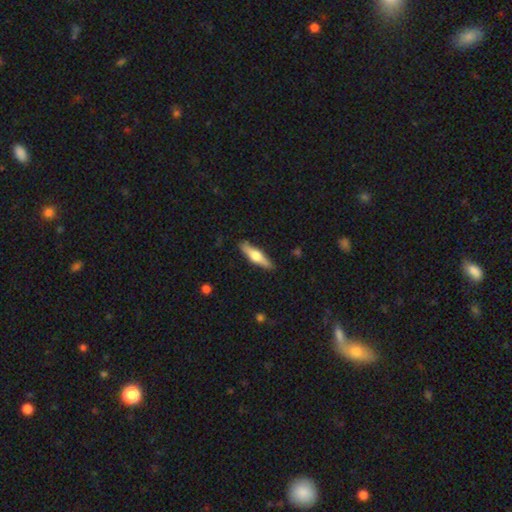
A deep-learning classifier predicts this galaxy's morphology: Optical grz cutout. It shows a featured or disk galaxy (53%) viewed edge-on (95%). Merging: none (88%).